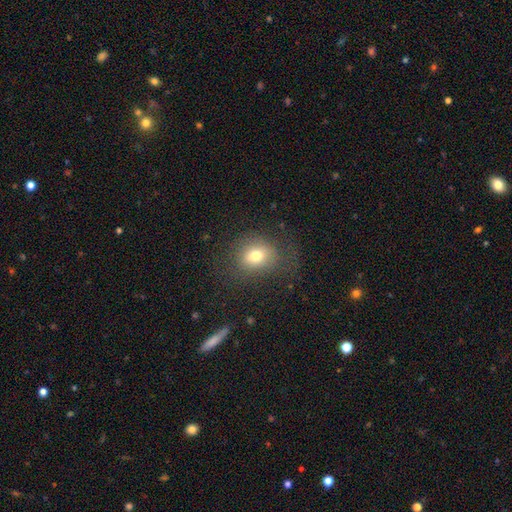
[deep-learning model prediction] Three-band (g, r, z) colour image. It shows a smooth galaxy with no disk features (72%) that is round (61%). Merging: none (71%).